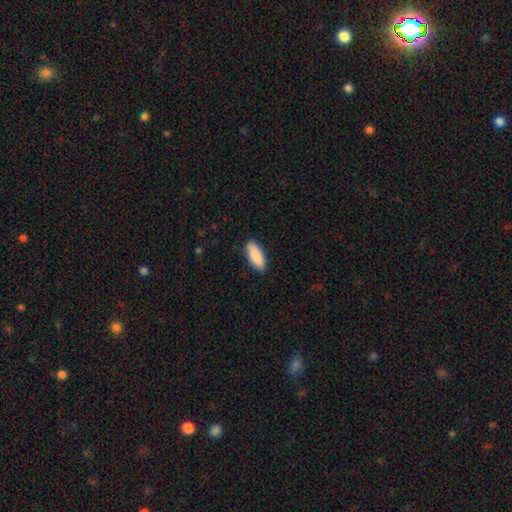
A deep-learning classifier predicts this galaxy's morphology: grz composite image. It shows a smooth galaxy with no disk features (89%) that is in between round and cigar-shaped (73%). Merging: none (88%).